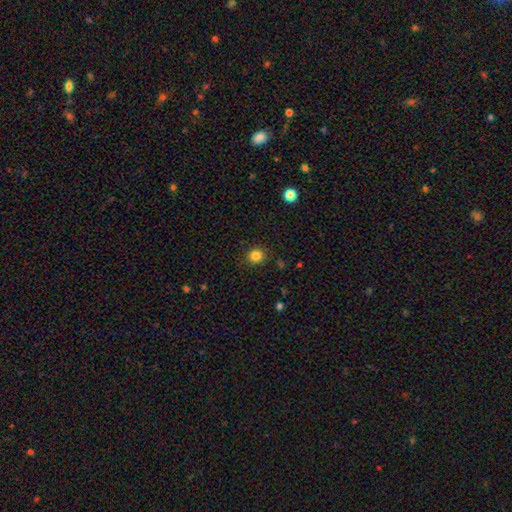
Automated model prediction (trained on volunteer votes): Smooth or featured?
  - smooth: 83% *
  - star or artifact: 12%
  - featured or disk: 5%
How rounded?
  - round: 86% *
  - in between: 13%
  - cigar-shaped: 1%
Merging?
  - none: 88% *
  - minor disturbance: 9%
  - major disturbance: 3%
  - merger: 1%